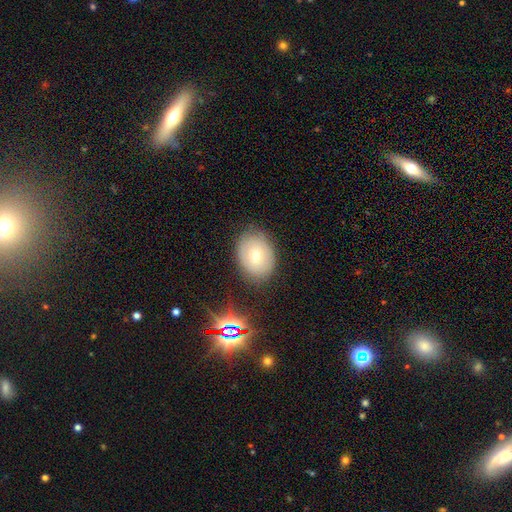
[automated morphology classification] smooth 64%, featured or disk 25%, star or artifact 11%. Down the decision tree: how rounded — in between (59%); merging — none (79%).